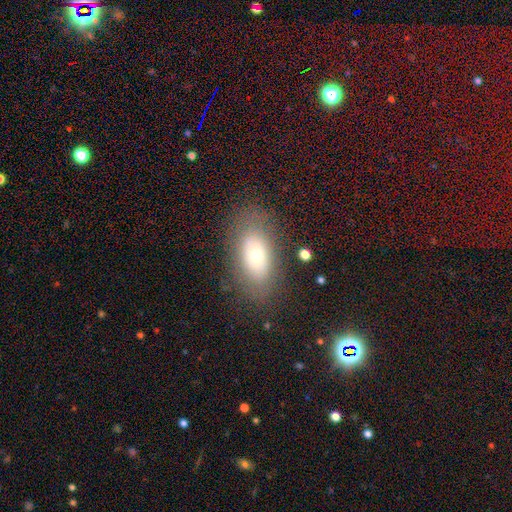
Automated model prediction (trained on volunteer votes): smooth 60%, featured or disk 29%, star or artifact 10%. Down the decision tree: how rounded — in between (87%); merging — none (79%).